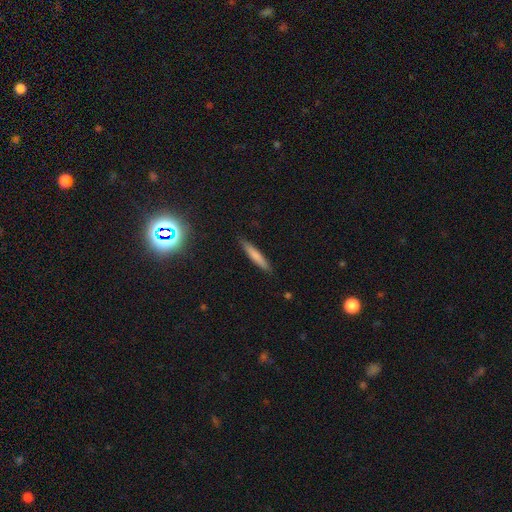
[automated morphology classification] Smooth or featured? smooth (73%)
How rounded? cigar-shaped (92%)
Merging? none (89%)